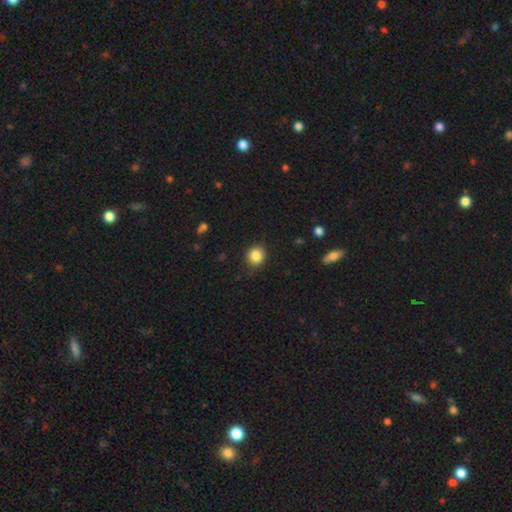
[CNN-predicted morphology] The model was most divided on "how rounded": round: 86%, in between: 13%, cigar-shaped: 1%. More confident: merging — none (88%); smooth or featured — smooth (85%).